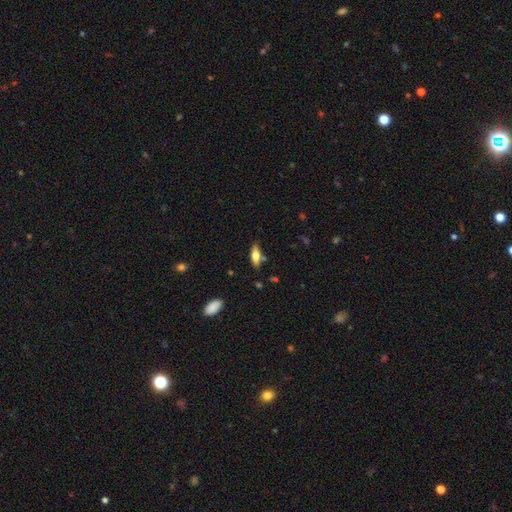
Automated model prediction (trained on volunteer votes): Morphology: type=smooth (61%); roundness=in between (61%); merging=none (76%).